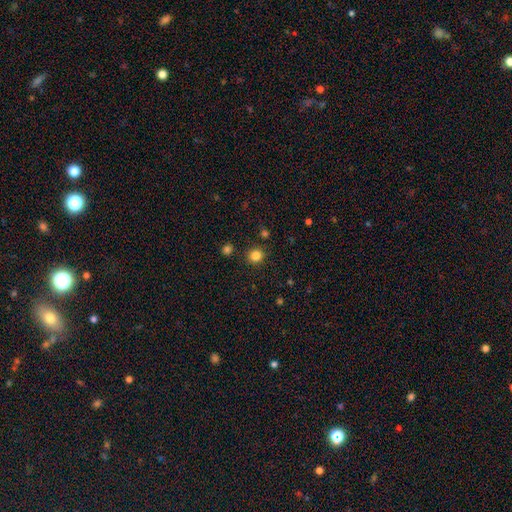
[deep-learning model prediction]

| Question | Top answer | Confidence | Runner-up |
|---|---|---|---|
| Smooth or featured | smooth | 83% | star or artifact (13%) |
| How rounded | round | 90% | in between (9%) |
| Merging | none | 89% | minor disturbance (6%) |